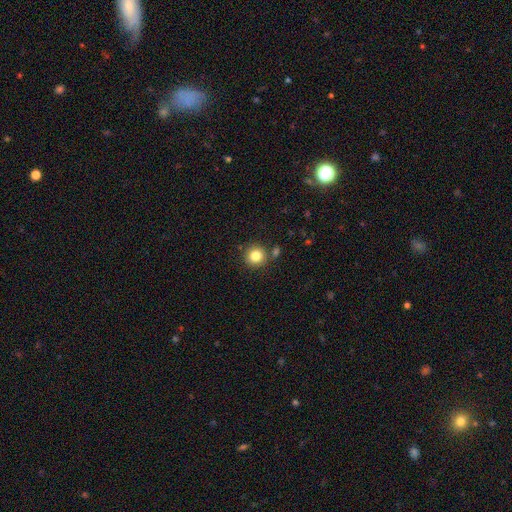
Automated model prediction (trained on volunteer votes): This is clearly a smooth galaxy (83%). How rounded: clearly round (93%). Merging: clearly none (81%).